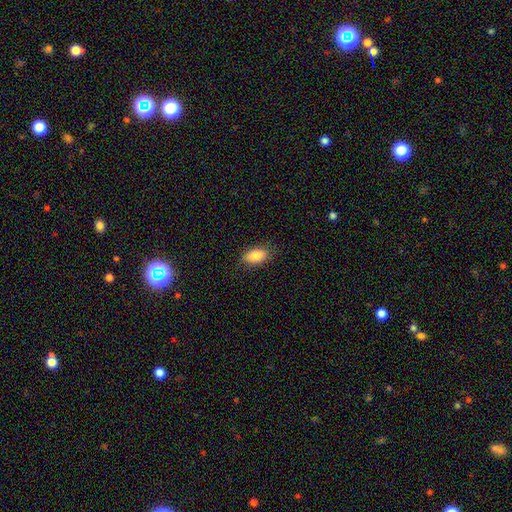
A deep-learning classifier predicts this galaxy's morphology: Q: Smooth or featured?
A: smooth (86%); runner-up: star or artifact (7%)
Q: How rounded?
A: in between (90%); runner-up: cigar-shaped (6%)
Q: Merging?
A: none (84%); runner-up: minor disturbance (12%)